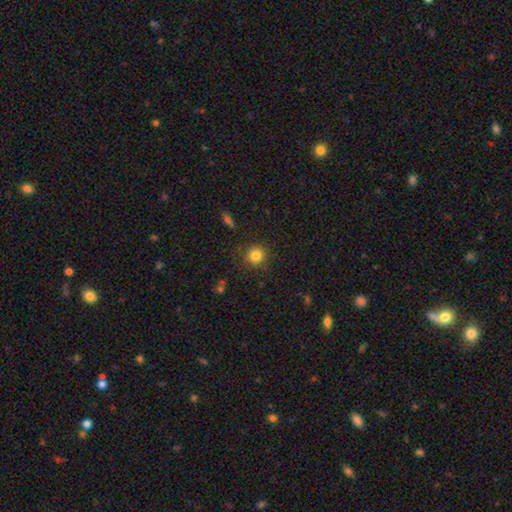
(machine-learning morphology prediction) smooth 82%, star or artifact 12%, featured or disk 6%. Down the decision tree: how rounded — round (92%); merging — none (85%).